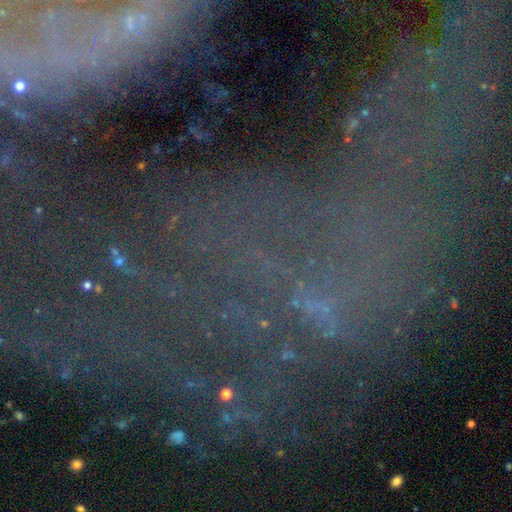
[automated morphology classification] A star or artifact, not a galaxy (64%).

Vote fractions:
- Smooth or featured? star or artifact: 64% / featured or disk: 23% / smooth: 13%